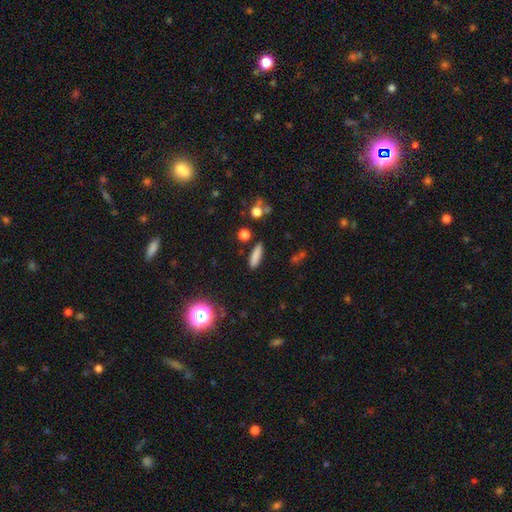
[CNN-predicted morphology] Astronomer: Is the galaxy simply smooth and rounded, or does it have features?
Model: smooth — 83%.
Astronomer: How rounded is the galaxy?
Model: cigar-shaped — 63%.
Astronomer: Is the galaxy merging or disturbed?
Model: none — 86%.